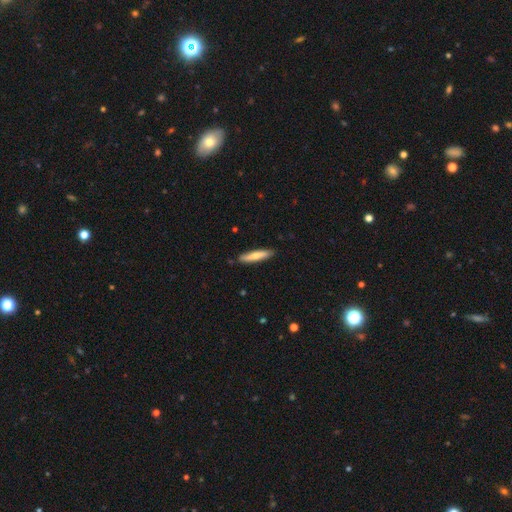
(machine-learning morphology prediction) A smooth galaxy with no disk features (67%) that is cigar-shaped (86%). Merging: none (88%).